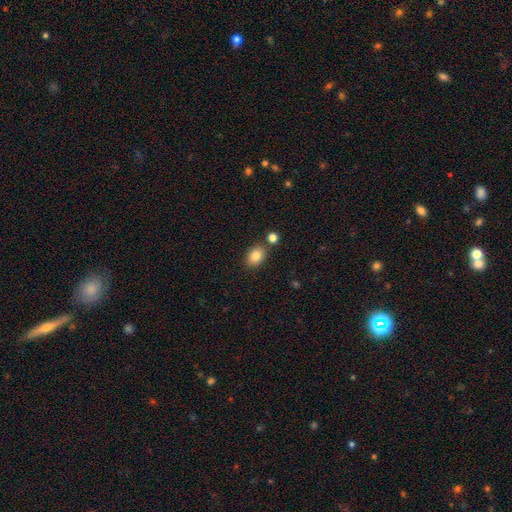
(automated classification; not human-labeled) smooth_or_featured: smooth (p=0.84) [alt: star or artifact p=0.09]
how_rounded: in between (p=0.71) [alt: round p=0.28]
merging: none (p=0.78) [alt: minor disturbance p=0.10]